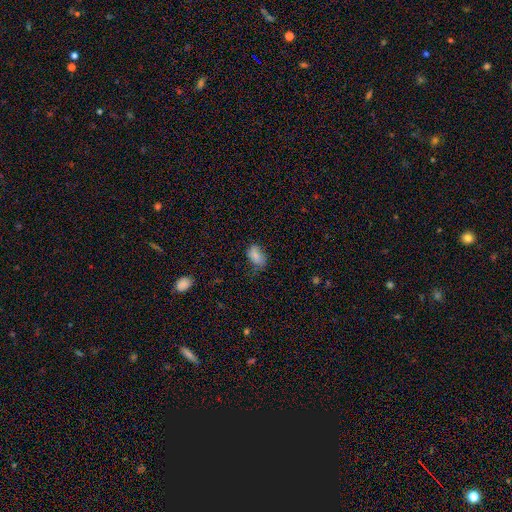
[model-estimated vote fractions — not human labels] smooth 81%, featured or disk 10%, star or artifact 9%. Down the decision tree: how rounded — in between (90%); merging — none (60%).